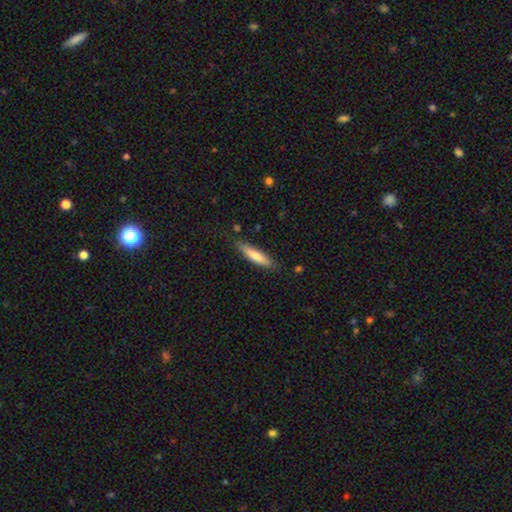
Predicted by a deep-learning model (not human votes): Smooth or featured? smooth (69%)
How rounded? cigar-shaped (82%)
Merging? none (83%)